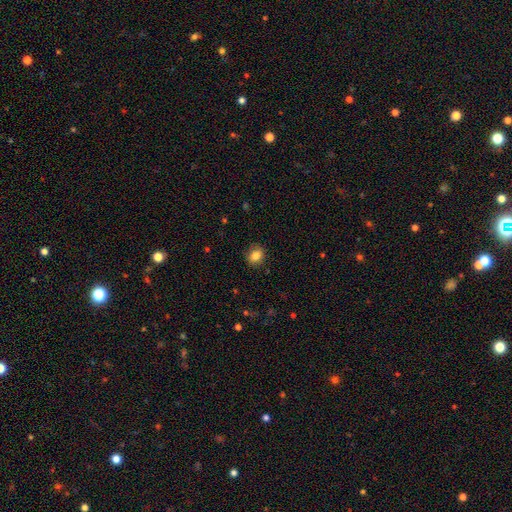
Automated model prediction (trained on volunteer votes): Smooth or featured?
  - smooth: 84% *
  - star or artifact: 9%
  - featured or disk: 7%
How rounded?
  - round: 52% *
  - in between: 46%
  - cigar-shaped: 1%
Merging?
  - none: 86% *
  - minor disturbance: 11%
  - major disturbance: 3%
  - merger: 1%